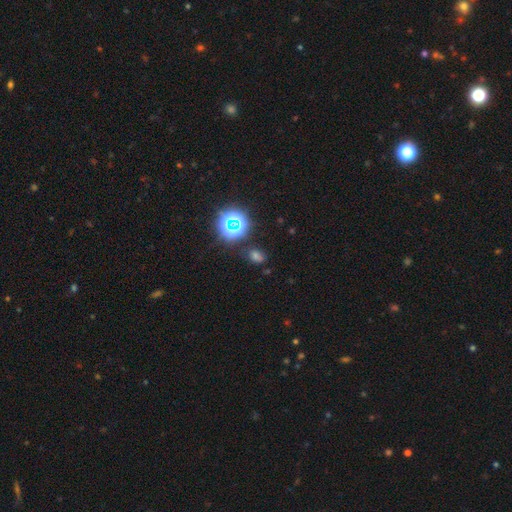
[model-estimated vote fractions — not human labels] A smooth galaxy with no disk features (57%) that is in between round and cigar-shaped (63%).

Vote fractions:
- Smooth or featured? smooth: 57% / star or artifact: 36% / featured or disk: 8%
- How rounded? in between: 63% / round: 35% / cigar-shaped: 2%
- Merging? none: 75% / minor disturbance: 15% / major disturbance: 5% / merger: 5%